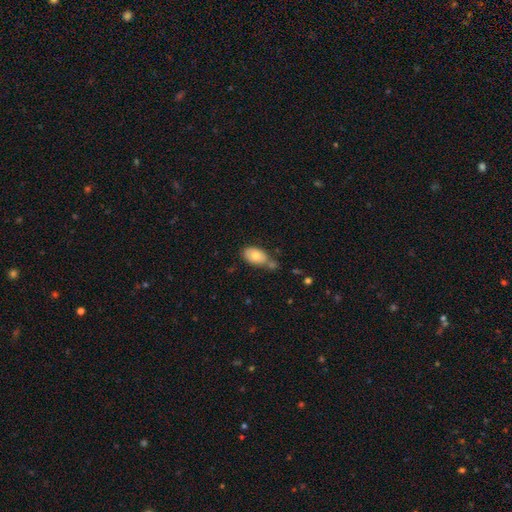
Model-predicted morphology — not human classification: smooth_or_featured: smooth (p=0.76) [alt: featured or disk p=0.17]
how_rounded: in between (p=0.90) [alt: round p=0.09]
merging: none (p=0.49) [alt: merger p=0.23]